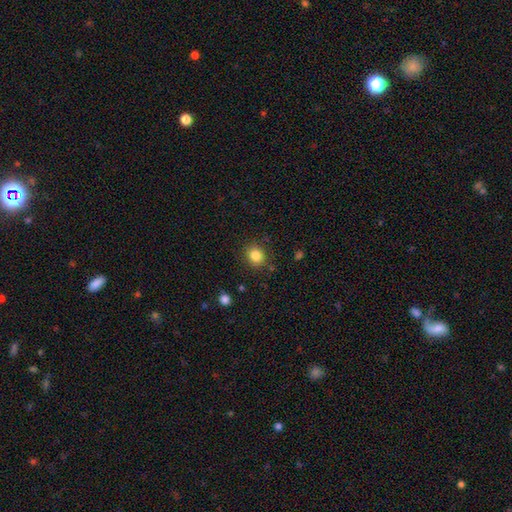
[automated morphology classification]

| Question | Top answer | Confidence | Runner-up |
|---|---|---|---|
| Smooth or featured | smooth | 84% | star or artifact (11%) |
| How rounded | round | 80% | in between (20%) |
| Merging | none | 86% | minor disturbance (9%) |